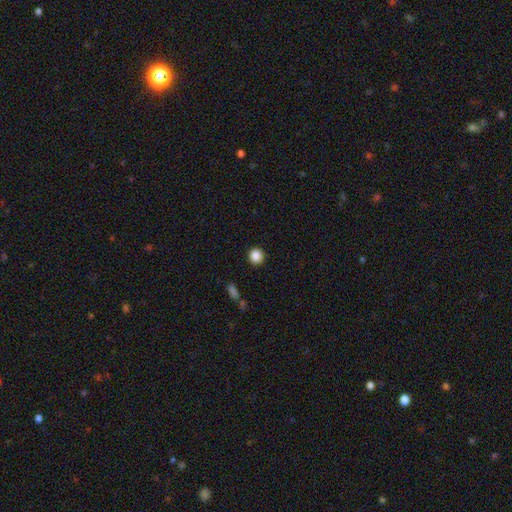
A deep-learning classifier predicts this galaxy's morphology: This appears to be a smooth galaxy with no disk features (87%) that is round (93%). Merging: none (92%).